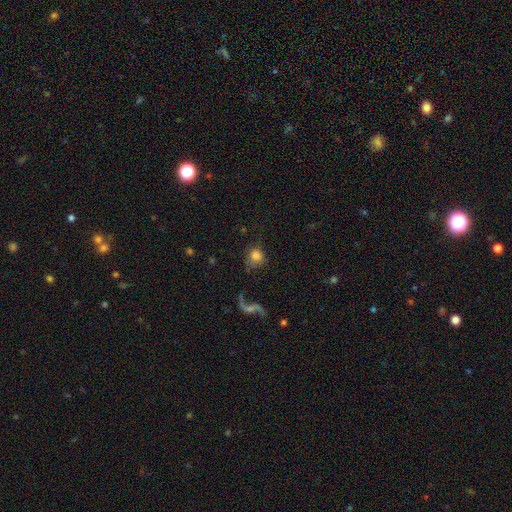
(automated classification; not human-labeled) This is likely a smooth galaxy (71%). How rounded: clearly round (81%). Merging: likely none (62%).